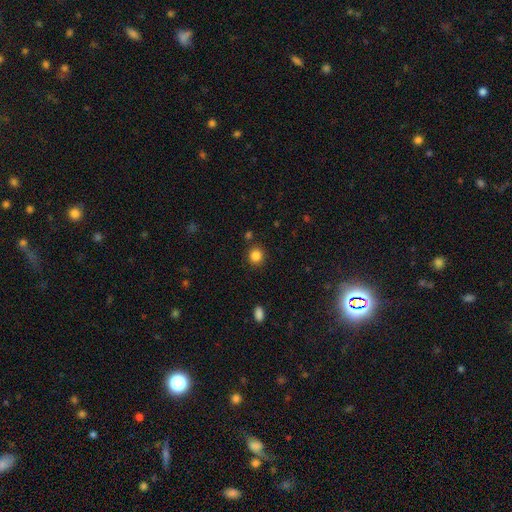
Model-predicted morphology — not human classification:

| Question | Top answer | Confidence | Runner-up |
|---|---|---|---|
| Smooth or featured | smooth | 85% | star or artifact (11%) |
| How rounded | round | 89% | in between (10%) |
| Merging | none | 88% | minor disturbance (7%) |